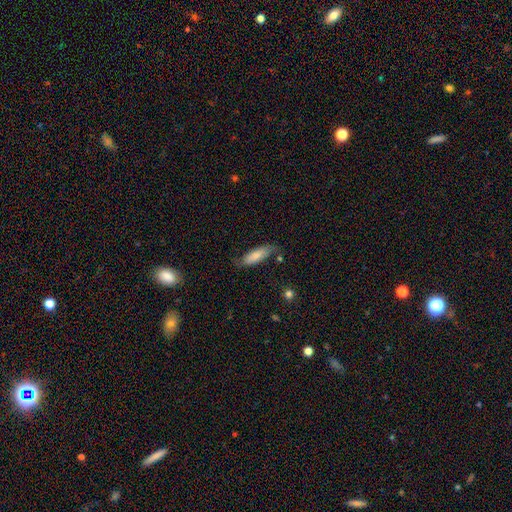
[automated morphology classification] Q: Smooth or featured?
A: smooth (71%); runner-up: featured or disk (22%)
Q: How rounded?
A: in between (58%); runner-up: cigar-shaped (40%)
Q: Merging?
A: none (65%); runner-up: minor disturbance (26%)